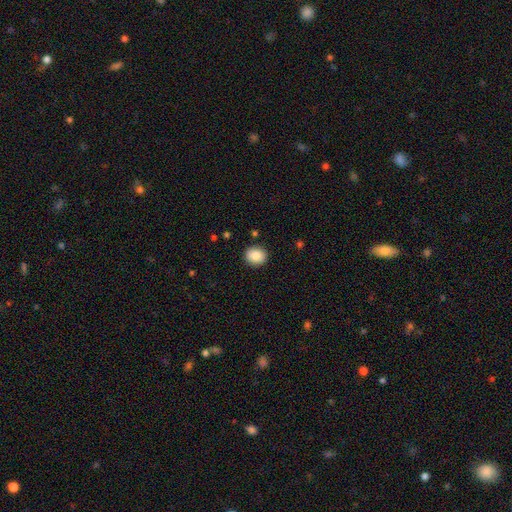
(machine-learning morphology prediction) A smooth galaxy with no disk features (85%) that is round (77%). Merging: none (90%).